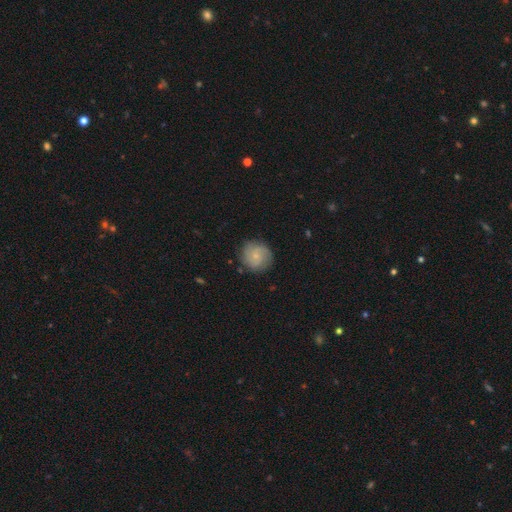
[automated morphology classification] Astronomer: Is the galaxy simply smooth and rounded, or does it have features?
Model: featured or disk — 51% (runner-up: smooth, 41%).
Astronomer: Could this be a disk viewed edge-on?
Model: no — 98%.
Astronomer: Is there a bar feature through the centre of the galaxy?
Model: no — 68%.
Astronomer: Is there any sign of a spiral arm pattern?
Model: yes — 88%.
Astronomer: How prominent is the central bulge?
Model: small — 73%.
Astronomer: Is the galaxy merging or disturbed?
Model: none — 82%.